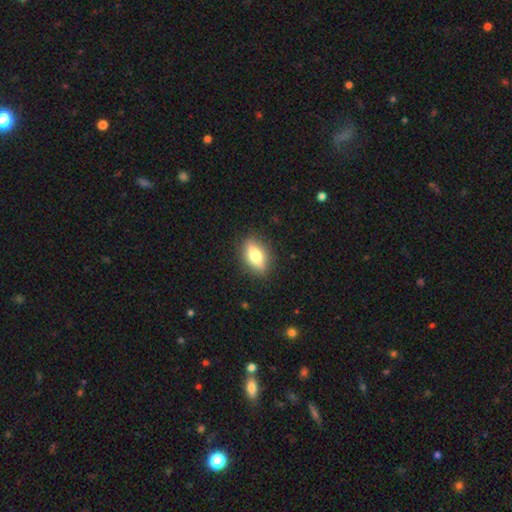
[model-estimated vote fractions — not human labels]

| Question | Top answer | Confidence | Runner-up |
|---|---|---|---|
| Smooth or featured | smooth | 62% | featured or disk (31%) |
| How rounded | in between | 75% | cigar-shaped (18%) |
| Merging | none | 86% | minor disturbance (10%) |